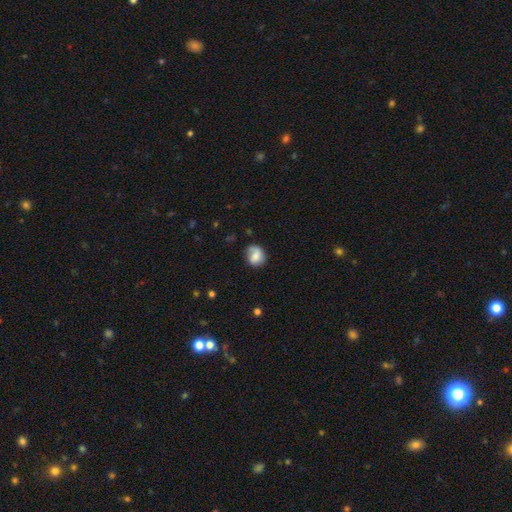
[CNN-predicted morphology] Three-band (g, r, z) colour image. It shows a smooth galaxy with no disk features (63%) that is round (71%). Merging: none (58%).